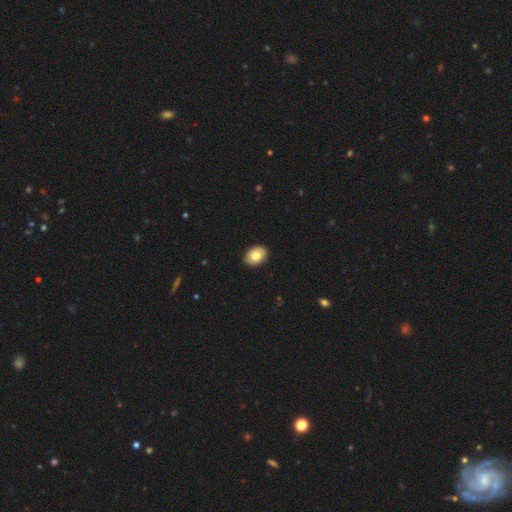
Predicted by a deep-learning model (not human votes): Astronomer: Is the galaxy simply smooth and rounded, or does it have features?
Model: smooth — 80%.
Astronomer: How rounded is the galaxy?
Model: in between — 76%.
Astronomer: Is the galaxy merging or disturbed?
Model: none — 92%.